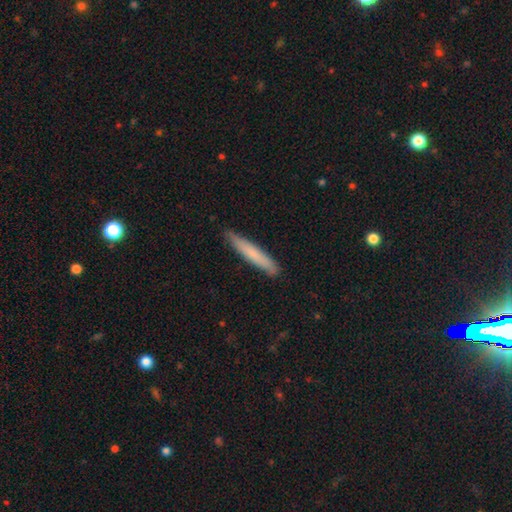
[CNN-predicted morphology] smooth-or-featured: smooth: 73% | featured or disk: 22% | star or artifact: 5%
  how-rounded: cigar-shaped: 94% | in between: 5% | round: 1%
  merging: none: 83% | minor disturbance: 13% | major disturbance: 2% | merger: 1%